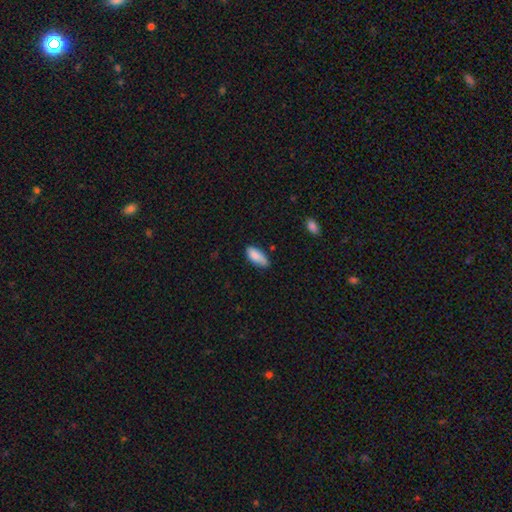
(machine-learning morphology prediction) Smooth or featured?
  - smooth: 86% *
  - featured or disk: 7%
  - star or artifact: 7%
How rounded?
  - in between: 85% *
  - cigar-shaped: 13%
  - round: 2%
Merging?
  - none: 67% *
  - minor disturbance: 26%
  - major disturbance: 4%
  - merger: 3%